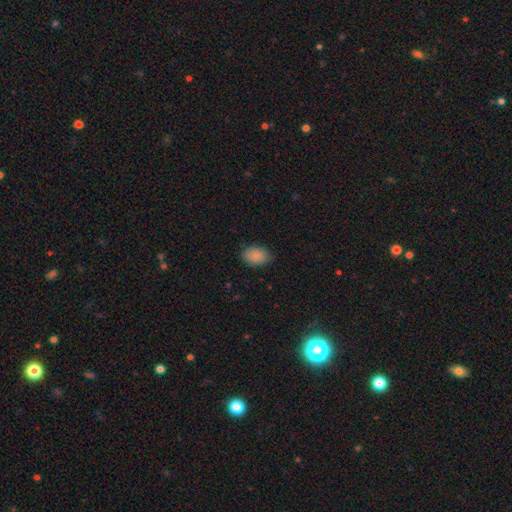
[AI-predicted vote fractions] smooth_or_featured: smooth (p=0.89) [alt: star or artifact p=0.08]
how_rounded: in between (p=0.86) [alt: round p=0.13]
merging: none (p=0.84) [alt: minor disturbance p=0.12]